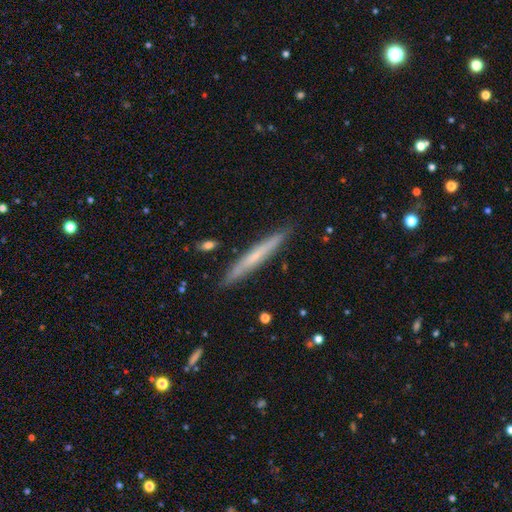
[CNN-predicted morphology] smooth-or-featured: smooth: 48% | featured or disk: 46% | star or artifact: 6%
  merging: none: 89% | minor disturbance: 8% | merger: 1% | major disturbance: 1%